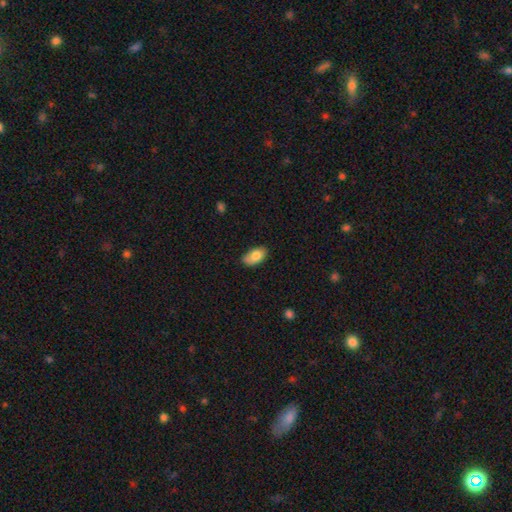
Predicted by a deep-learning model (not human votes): This is clearly a smooth galaxy (83%). How rounded: clearly in between (94%). Merging: likely none (72%).